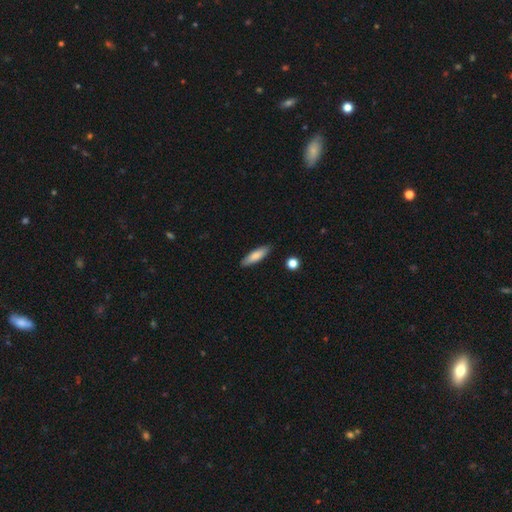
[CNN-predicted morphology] This is clearly a smooth galaxy (80%). How rounded: likely cigar-shaped (61%). Merging: clearly none (88%).